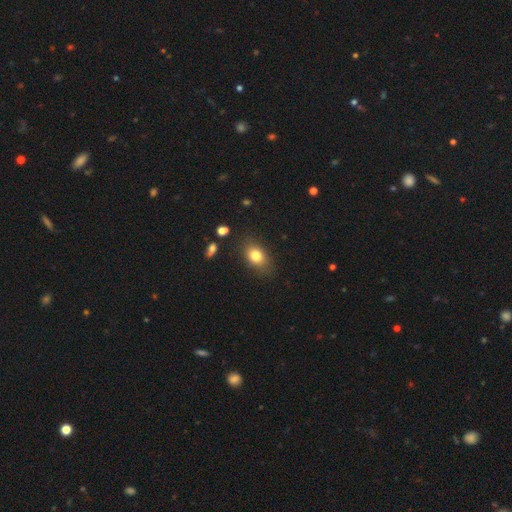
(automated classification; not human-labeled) Smooth or featured? Predicted: smooth (p=0.80). How rounded? Predicted: in between (p=0.75). Merging? Predicted: none (p=0.80).